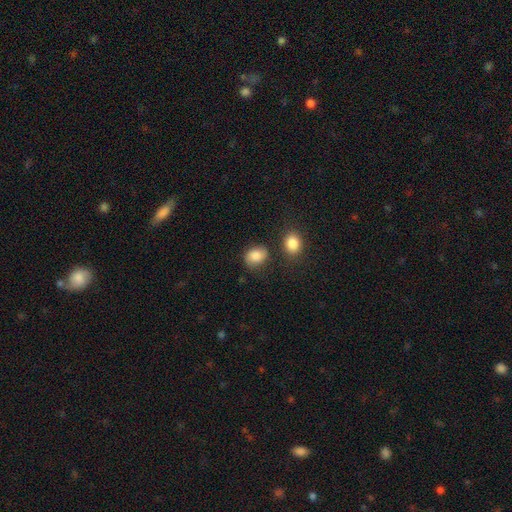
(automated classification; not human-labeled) Smooth or featured?
  - smooth: 82% *
  - featured or disk: 9%
  - star or artifact: 9%
How rounded?
  - in between: 52% *
  - round: 47%
  - cigar-shaped: 1%
Merging?
  - none: 72% *
  - minor disturbance: 17%
  - merger: 7%
  - major disturbance: 5%